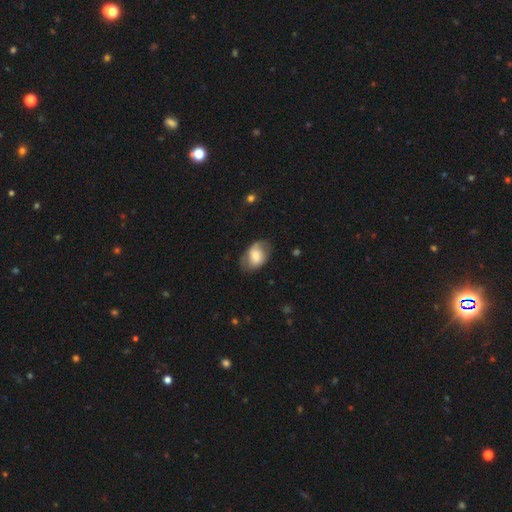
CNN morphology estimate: Smooth or featured? smooth (64%)
How rounded? in between (81%)
Merging? none (64%)